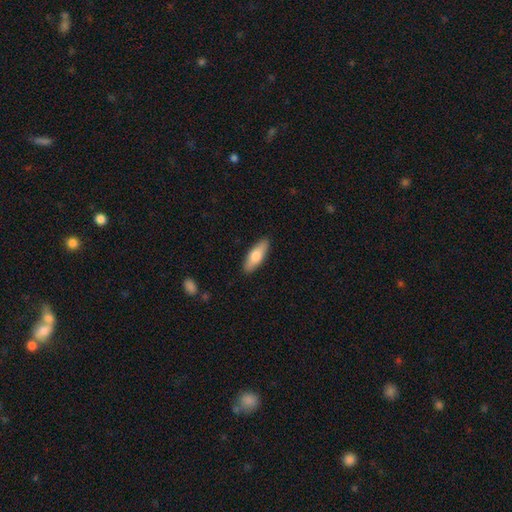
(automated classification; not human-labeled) smooth-or-featured: smooth: 70% | featured or disk: 24% | star or artifact: 5%
  how-rounded: in between: 59% | cigar-shaped: 39% | round: 2%
  merging: none: 89% | minor disturbance: 8% | major disturbance: 2% | merger: 1%